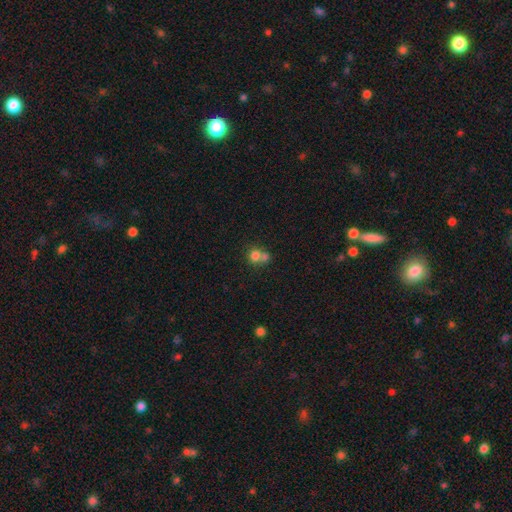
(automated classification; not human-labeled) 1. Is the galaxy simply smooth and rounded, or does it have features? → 75% smooth, 13% featured or disk, 12% star or artifact.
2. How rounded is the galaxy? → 79% round, 20% in between, 1% cigar-shaped.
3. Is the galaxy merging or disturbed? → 52% merger, 36% none, 8% minor disturbance, 4% major disturbance.